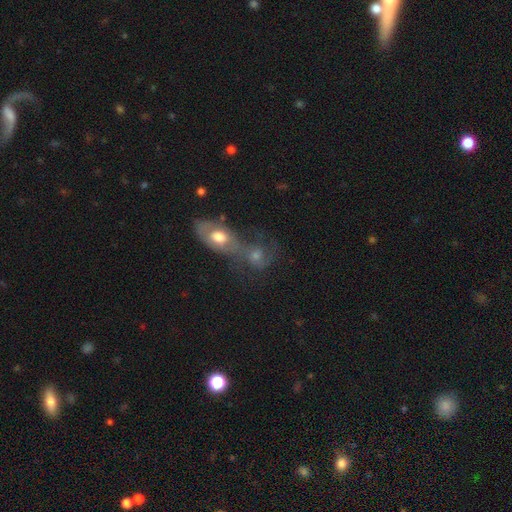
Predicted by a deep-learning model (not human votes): A featured or disk galaxy (50%). Merging: merger (63%).